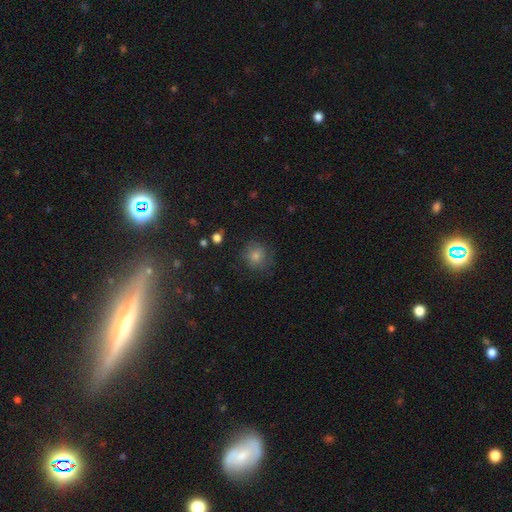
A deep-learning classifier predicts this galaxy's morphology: This is likely a smooth galaxy (64%). How rounded: clearly round (90%). Merging: clearly none (82%).